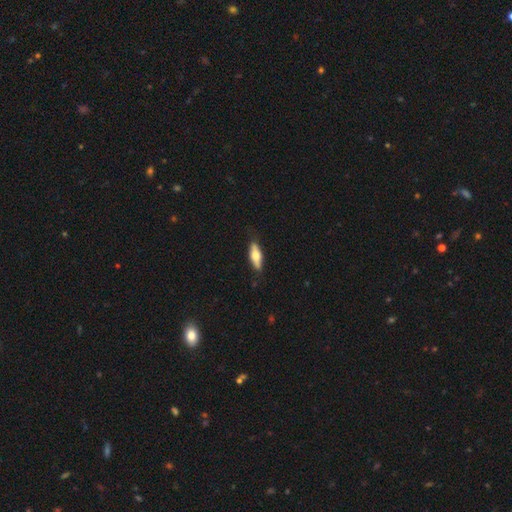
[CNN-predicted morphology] This appears to be a smooth galaxy with no disk features (61%) that is in between round and cigar-shaped (56%). Merging: none (82%).